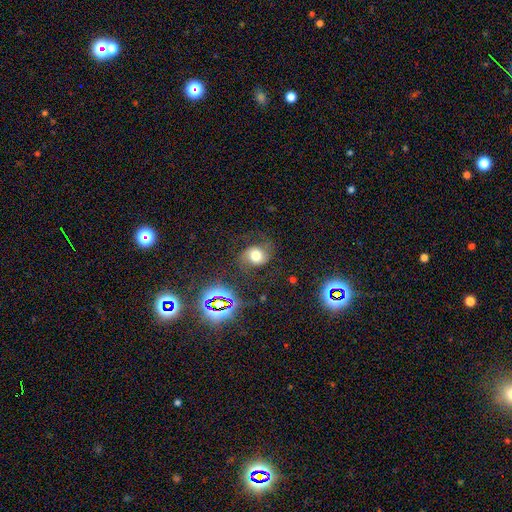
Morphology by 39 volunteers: Smooth or featured: featured or disk — 49% (smooth — 41%)
Edge-on disk: no — 89% (yes — 11%)
Bar: no — 76% (strong — 18%)
Spiral arms: yes — 71% (no — 29%)
Spiral winding: medium — 50% (tight — 25%)
Spiral arm count: 2 — 92% (can't tell — 8%)
Bulge size: moderate — 47% (large — 35%)
Merging: none — 57% (major disturbance — 20%)